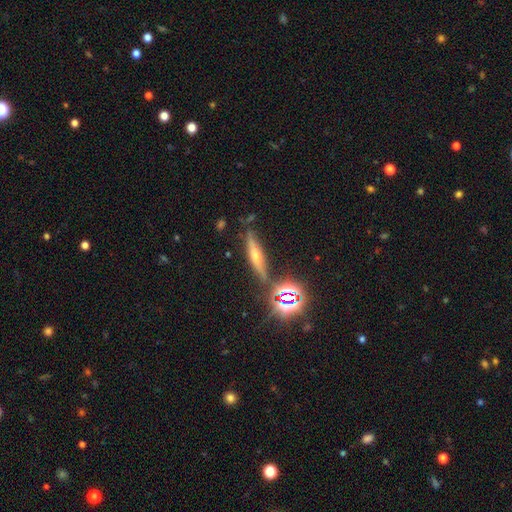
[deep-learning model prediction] A featured or disk galaxy (52%) viewed edge-on (86%).

Vote fractions:
- Smooth or featured? featured or disk: 52% / star or artifact: 26% / smooth: 22%
- Edge-on disk? yes: 86% / no: 14%
- Merging? none: 77% / minor disturbance: 12% / merger: 6% / major disturbance: 4%